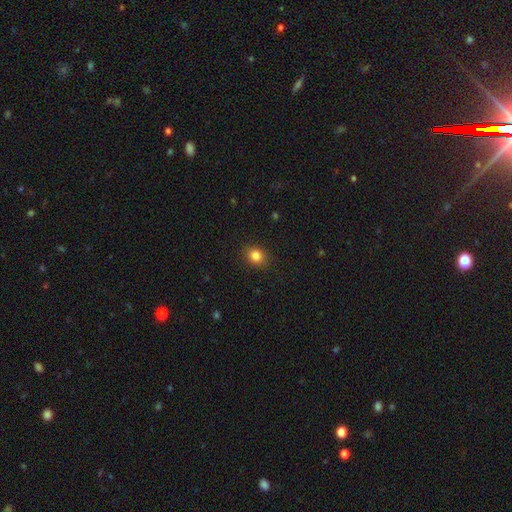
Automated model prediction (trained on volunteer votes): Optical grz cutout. It shows a smooth galaxy with no disk features (84%) that is round (62%). Merging: none (89%).